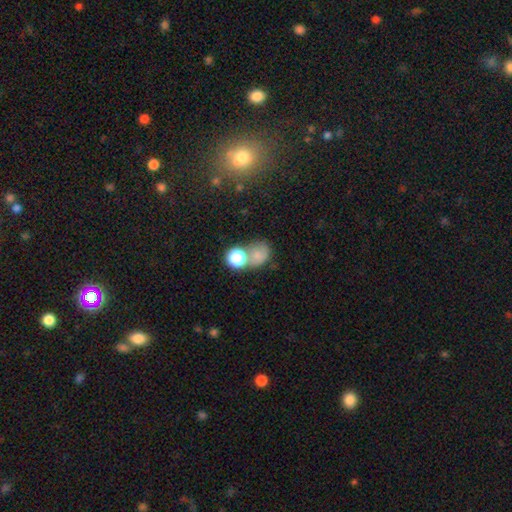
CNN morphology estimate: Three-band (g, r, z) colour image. It shows a smooth galaxy with no disk features (69%) that is round (58%). Merging: merger (40%).